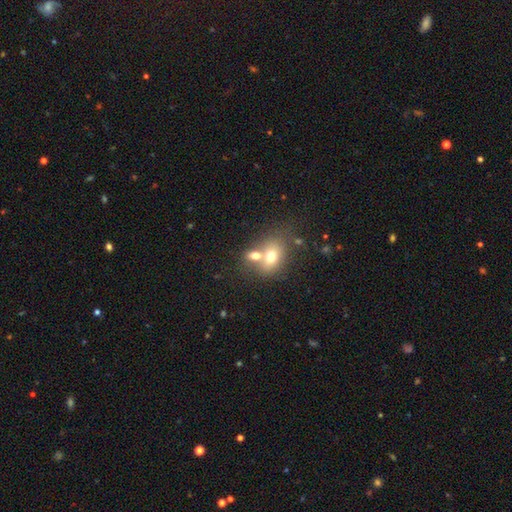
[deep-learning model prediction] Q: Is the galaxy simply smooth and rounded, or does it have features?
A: smooth — 70%.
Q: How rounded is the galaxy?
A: in between — 67%.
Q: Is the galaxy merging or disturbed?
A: merger — 56%.